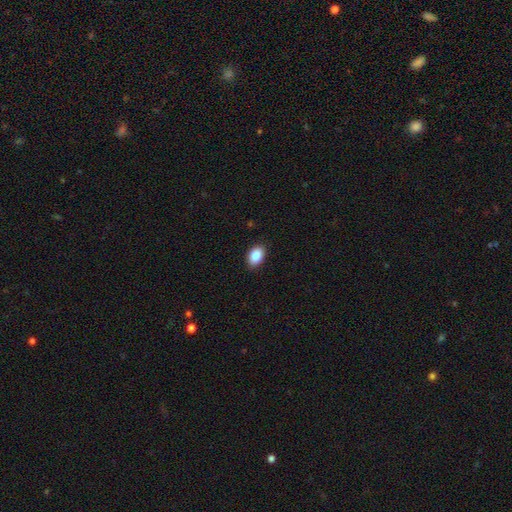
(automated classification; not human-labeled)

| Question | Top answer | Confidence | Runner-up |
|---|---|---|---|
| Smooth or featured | smooth | 87% | star or artifact (8%) |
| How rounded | in between | 88% | round (11%) |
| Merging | none | 89% | minor disturbance (8%) |